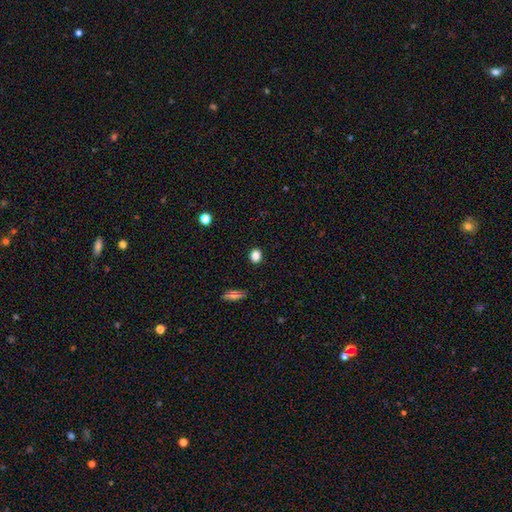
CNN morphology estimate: type=smooth (85%); roundness=round (65%); merging=none (90%).